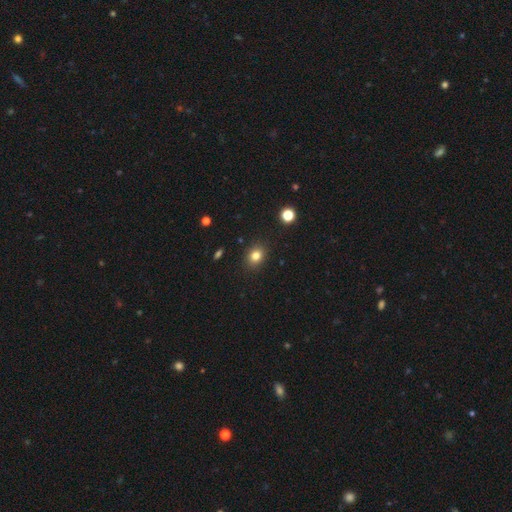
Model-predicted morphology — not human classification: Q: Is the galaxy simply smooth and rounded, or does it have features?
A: smooth — 81%.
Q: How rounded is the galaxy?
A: round — 54%.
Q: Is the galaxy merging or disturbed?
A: none — 88%.